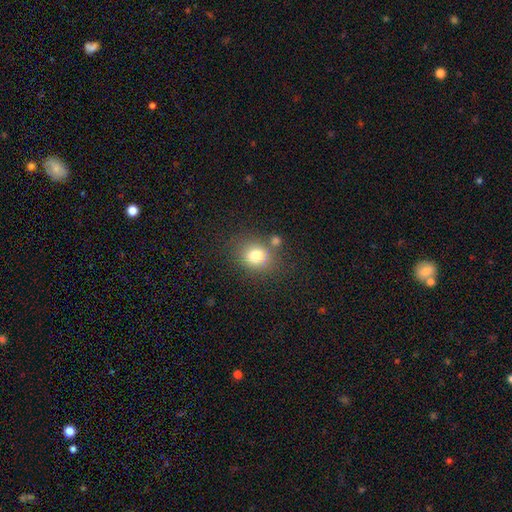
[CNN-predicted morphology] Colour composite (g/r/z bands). It shows a smooth galaxy with no disk features (78%) that is round (70%). Merging: none (70%).